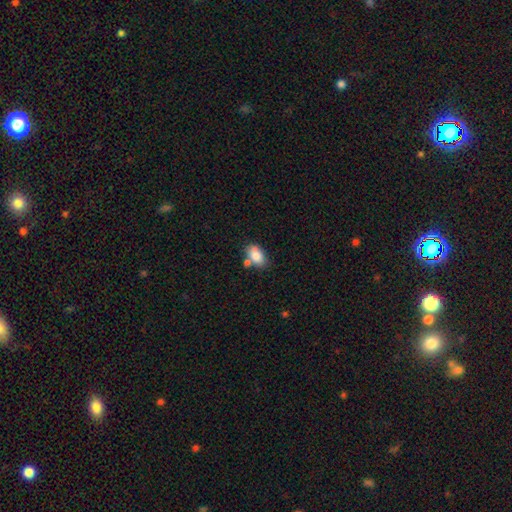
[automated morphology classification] A smooth galaxy with no disk features (82%) that is in between round and cigar-shaped (89%).

Vote fractions:
- Smooth or featured? smooth: 82% / featured or disk: 11% / star or artifact: 7%
- How rounded? in between: 89% / round: 9% / cigar-shaped: 2%
- Merging? none: 57% / merger: 22% / minor disturbance: 17% / major disturbance: 4%